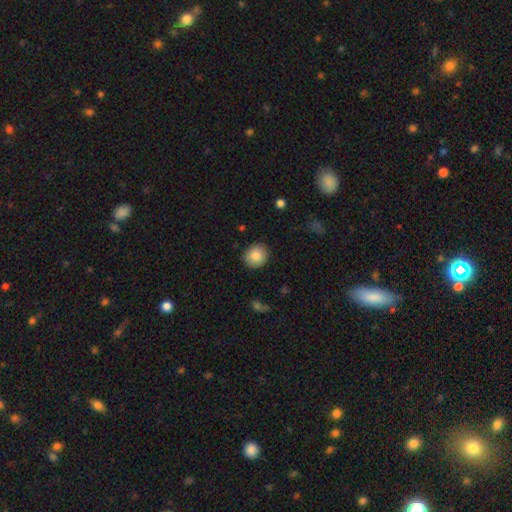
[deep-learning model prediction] Smooth or featured: smooth — 84% (star or artifact — 8%)
How rounded: round — 80% (in between — 19%)
Merging: none — 88% (minor disturbance — 9%)